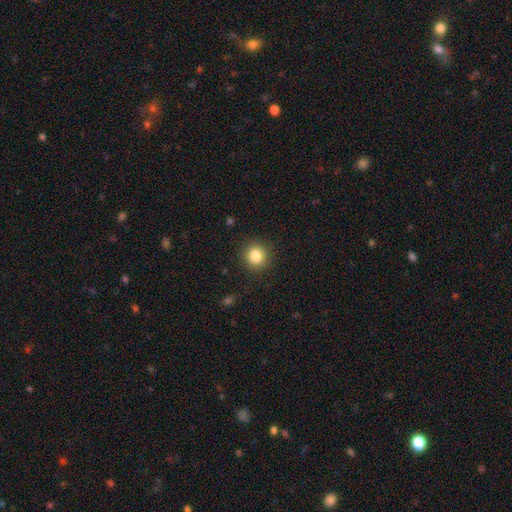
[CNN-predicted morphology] smooth 84%, star or artifact 10%, featured or disk 6%. Down the decision tree: how rounded — round (90%); merging — none (90%).